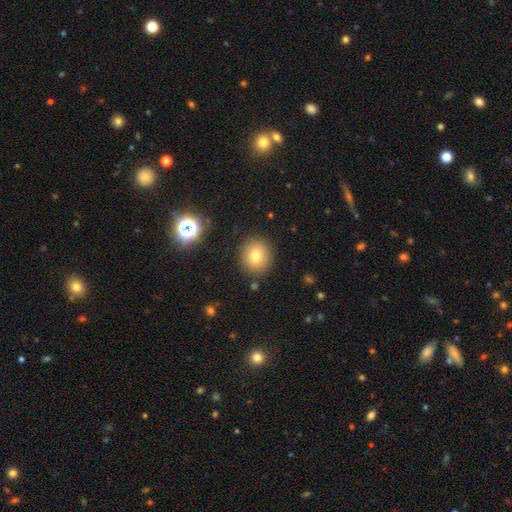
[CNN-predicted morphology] smooth-or-featured: smooth: 77% | star or artifact: 13% | featured or disk: 10%
  how-rounded: round: 84% | in between: 15% | cigar-shaped: 1%
  merging: none: 87% | minor disturbance: 8% | major disturbance: 3% | merger: 2%